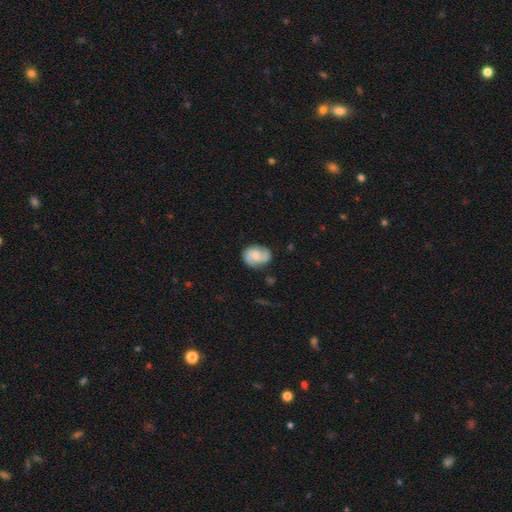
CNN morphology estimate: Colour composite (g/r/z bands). It shows a featured or disk galaxy (65%) with no bar (57%), 2 (84%) medium (47%) spiral arms (94%) and a moderate central bulge (43%). Merging: none (76%).